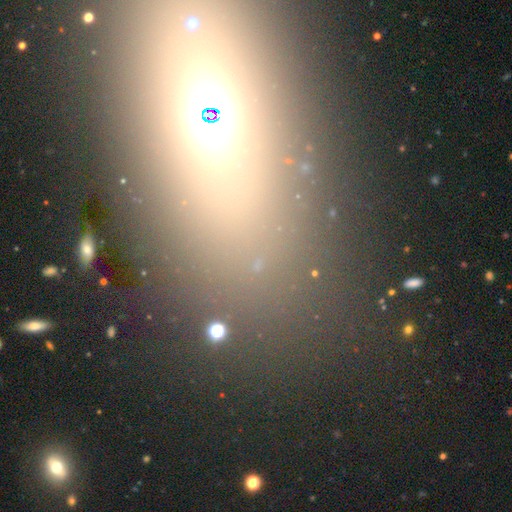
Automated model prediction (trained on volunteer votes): Smooth or featured?
  - star or artifact: 48% *
  - smooth: 30%
  - featured or disk: 21%